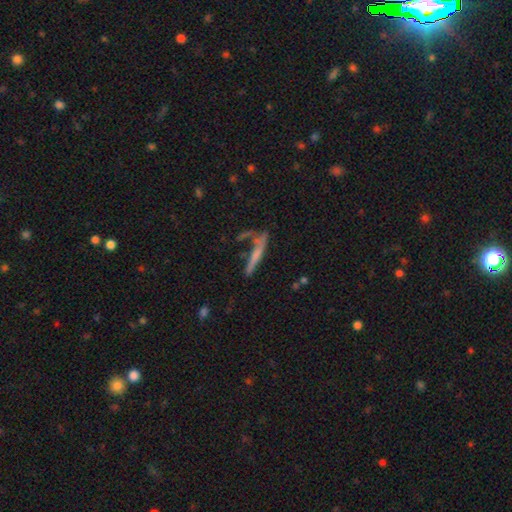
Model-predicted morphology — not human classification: This is possibly a smooth galaxy (52%). How rounded: clearly cigar-shaped (91%). Merging: possibly none (51%).